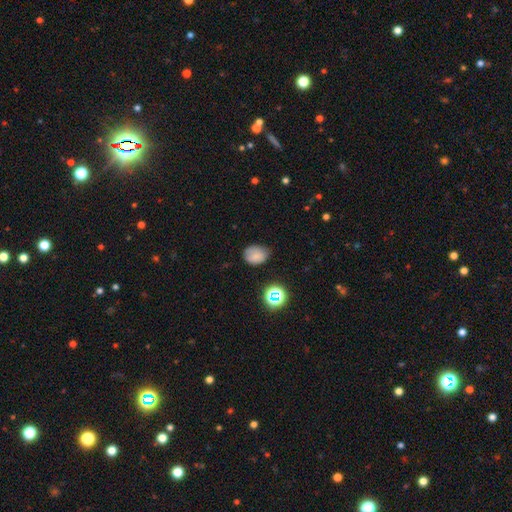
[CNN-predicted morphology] smooth-or-featured: smooth: 75% | star or artifact: 14% | featured or disk: 11%
  how-rounded: in between: 59% | round: 40% | cigar-shaped: 1%
  merging: none: 60% | minor disturbance: 30% | major disturbance: 7% | merger: 2%